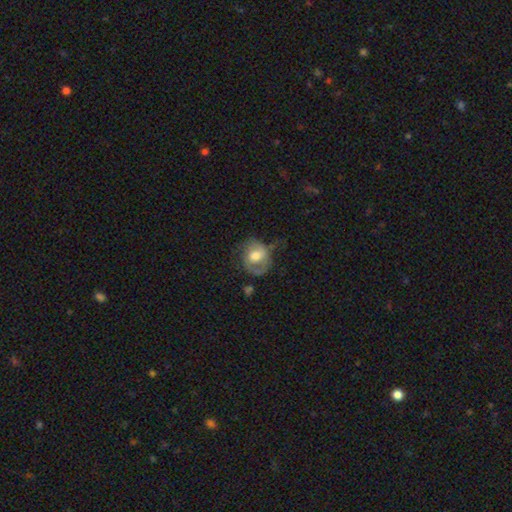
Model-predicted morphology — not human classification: Smooth or featured: featured or disk — 52% (smooth — 41%)
Edge-on disk: no — 96% (yes — 4%)
Bar: no — 49% (weak — 39%)
Spiral arms: yes — 69% (no — 31%)
Bulge size: moderate — 58% (large — 26%)
Merging: none — 46% (minor disturbance — 27%)